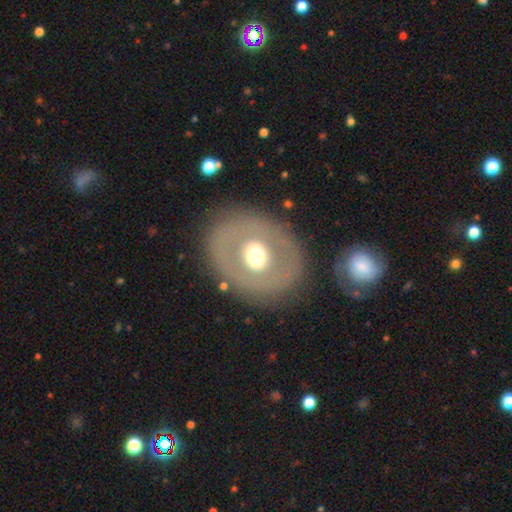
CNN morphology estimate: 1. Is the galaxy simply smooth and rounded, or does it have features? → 51% featured or disk, 41% smooth, 7% star or artifact.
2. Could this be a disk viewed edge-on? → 92% no, 8% yes.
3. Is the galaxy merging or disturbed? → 82% none, 10% minor disturbance, 7% major disturbance, 2% merger.